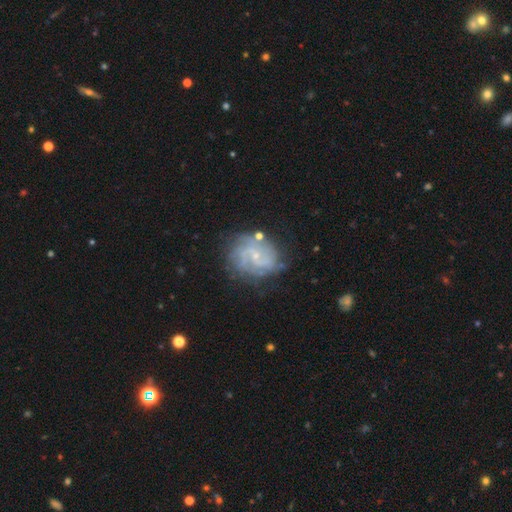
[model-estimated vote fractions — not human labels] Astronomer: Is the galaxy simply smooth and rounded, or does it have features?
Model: featured or disk — 78%.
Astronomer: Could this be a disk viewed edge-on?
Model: no — 98%.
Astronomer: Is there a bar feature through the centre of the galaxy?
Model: no — 58% (runner-up: weak, 36%).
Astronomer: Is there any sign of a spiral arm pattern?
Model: yes — 90%.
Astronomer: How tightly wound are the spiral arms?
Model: tight — 50% (runner-up: medium, 37%).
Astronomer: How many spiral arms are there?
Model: can't tell — 36% (runner-up: 2, 21%).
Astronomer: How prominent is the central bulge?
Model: small — 79%.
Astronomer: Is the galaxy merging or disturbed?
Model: none — 67%.